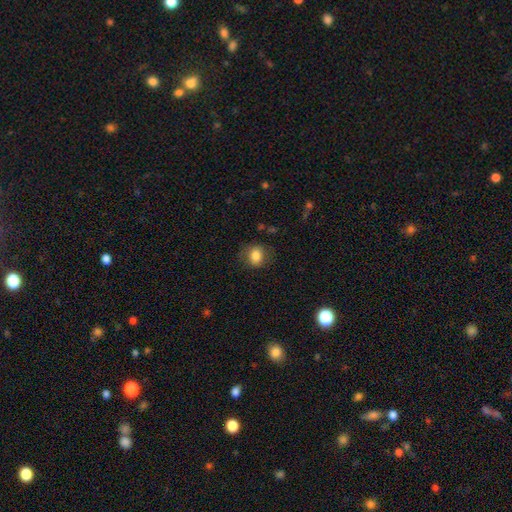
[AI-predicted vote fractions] Smooth or featured: smooth — 82% (featured or disk — 9%)
How rounded: in between — 51% (round — 48%)
Merging: none — 74% (minor disturbance — 18%)